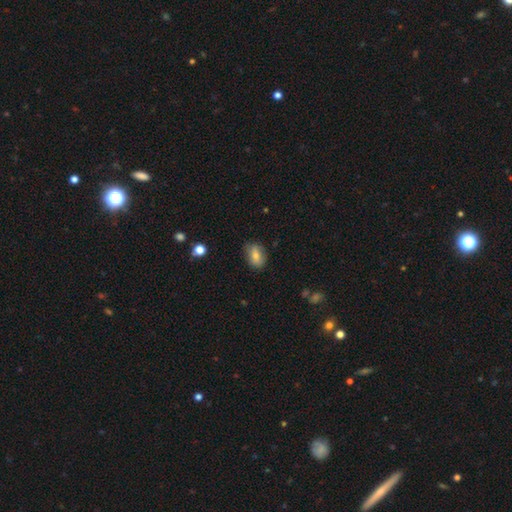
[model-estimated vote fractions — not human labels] This is likely a smooth galaxy (74%). How rounded: clearly in between (80%). Merging: likely none (74%).